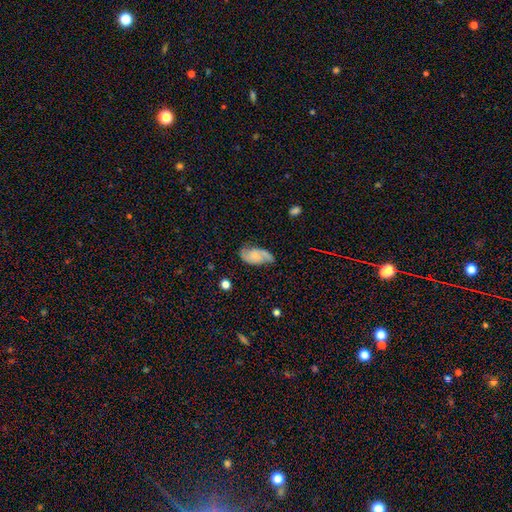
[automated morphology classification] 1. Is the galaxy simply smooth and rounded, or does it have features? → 70% featured or disk, 23% smooth, 7% star or artifact.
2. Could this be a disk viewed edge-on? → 96% no, 4% yes.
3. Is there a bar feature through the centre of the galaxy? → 61% no, 33% weak, 6% strong.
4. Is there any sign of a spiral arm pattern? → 94% yes, 6% no.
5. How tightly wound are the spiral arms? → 45% medium, 33% loose, 22% tight.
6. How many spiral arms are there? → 88% 2, 6% can't tell, 3% 1, 2% 3, 1% 4, 1% more than 4.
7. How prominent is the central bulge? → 48% small, 25% none, 22% moderate, 3% large, 1% dominant.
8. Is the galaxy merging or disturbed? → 70% none, 21% minor disturbance, 7% major disturbance, 2% merger.